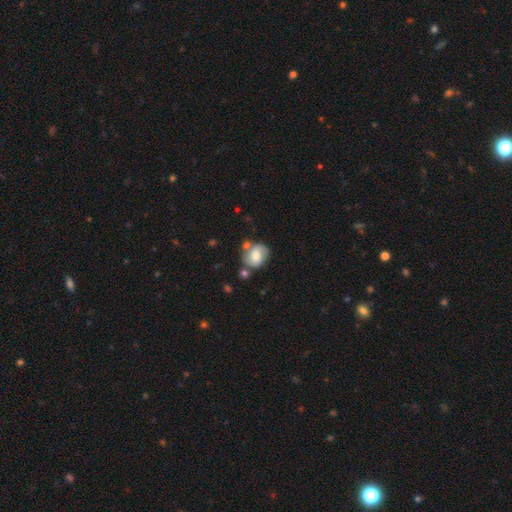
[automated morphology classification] smooth_or_featured: smooth (p=0.60) [alt: featured or disk p=0.32]
how_rounded: round (p=0.59) [alt: in between p=0.40]
merging: none (p=0.56) [alt: minor disturbance p=0.20]